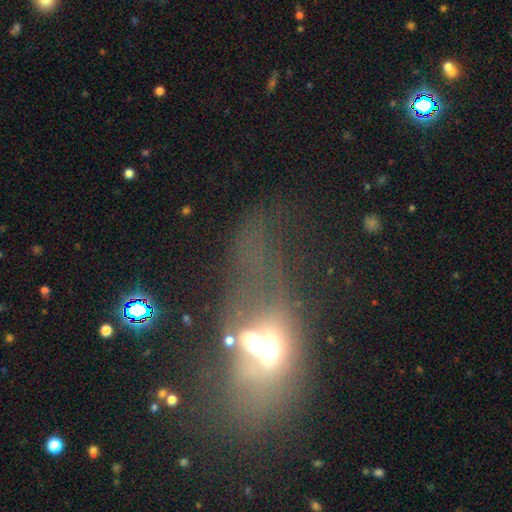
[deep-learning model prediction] smooth-or-featured: smooth: 36% | featured or disk: 34% | star or artifact: 29%
  merging: merger: 43% | major disturbance: 27% | none: 19% | minor disturbance: 11%